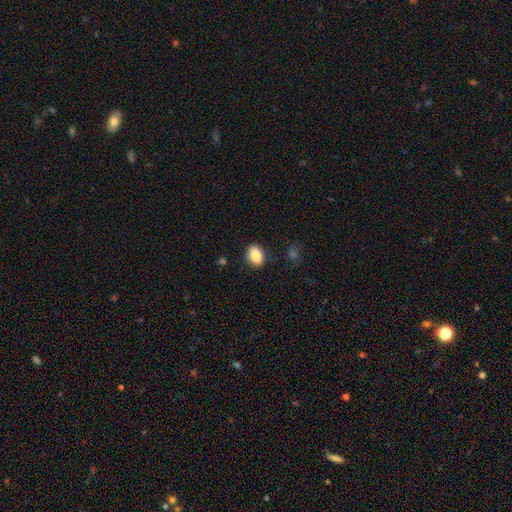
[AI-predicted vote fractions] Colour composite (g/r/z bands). It shows a smooth galaxy with no disk features (75%) that is in between round and cigar-shaped (75%). Merging: none (84%).